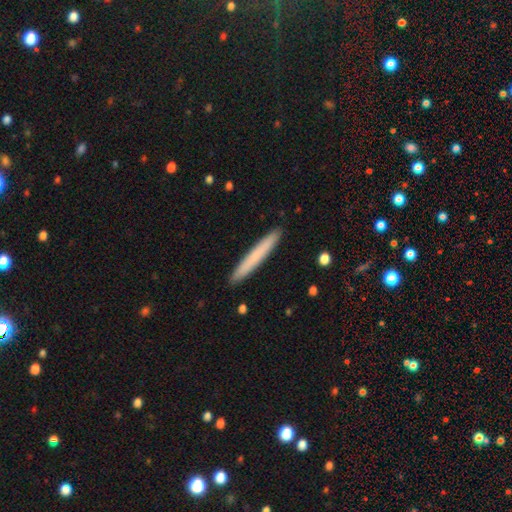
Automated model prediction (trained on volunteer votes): This is likely a smooth galaxy (73%). How rounded: clearly cigar-shaped (97%). Merging: clearly none (92%).